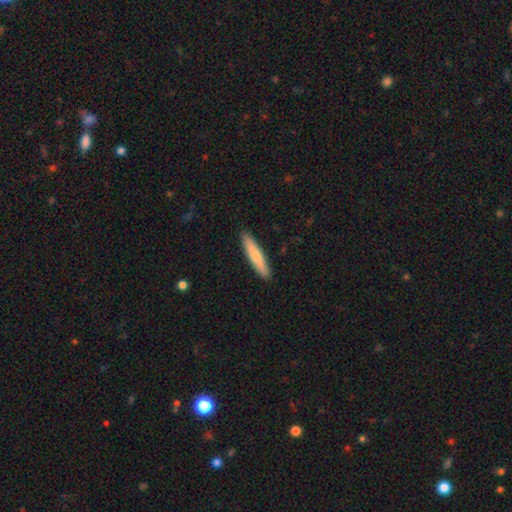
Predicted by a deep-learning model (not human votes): Morphology: type=smooth (73%); roundness=cigar-shaped (90%); merging=none (90%).